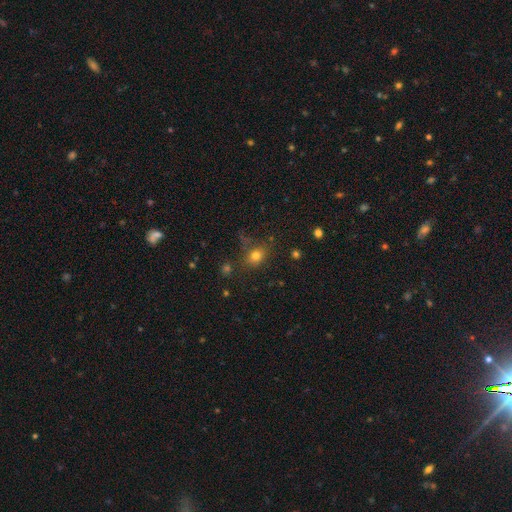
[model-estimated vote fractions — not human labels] A smooth galaxy with no disk features (75%) that is round (51%).

Vote fractions:
- Smooth or featured? smooth: 75% / star or artifact: 17% / featured or disk: 8%
- How rounded? round: 51% / in between: 48% / cigar-shaped: 1%
- Merging? none: 75% / minor disturbance: 14% / major disturbance: 6% / merger: 5%